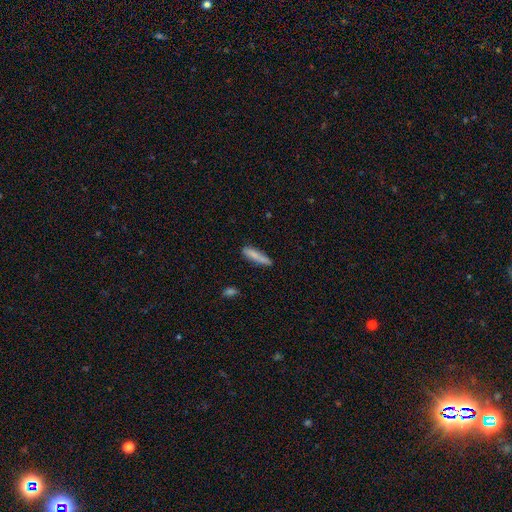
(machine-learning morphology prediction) smooth_or_featured: smooth (p=0.80) [alt: featured or disk p=0.14]
how_rounded: cigar-shaped (p=0.82) [alt: in between p=0.16]
merging: none (p=0.76) [alt: minor disturbance p=0.18]